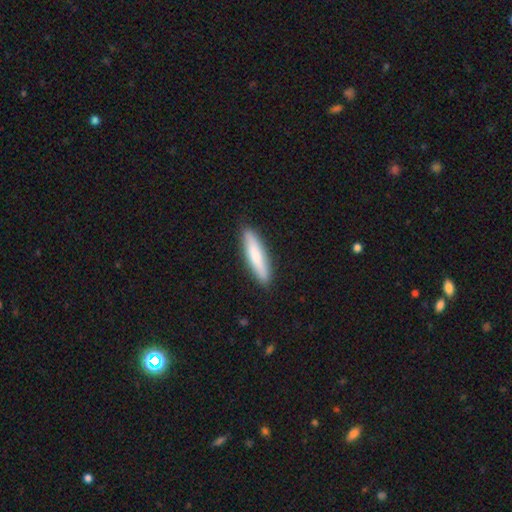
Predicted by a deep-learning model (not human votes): This is likely a smooth galaxy (72%). How rounded: clearly cigar-shaped (83%). Merging: clearly none (89%).